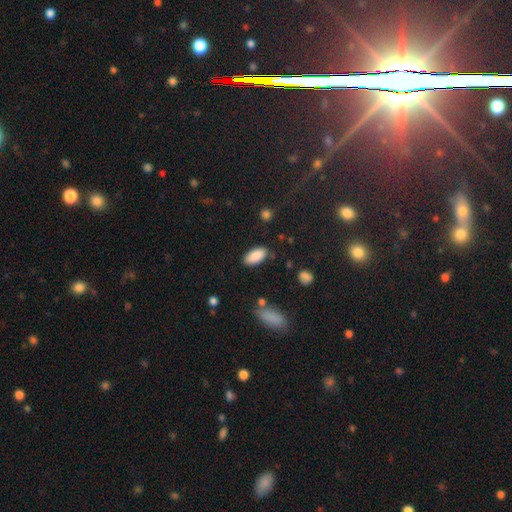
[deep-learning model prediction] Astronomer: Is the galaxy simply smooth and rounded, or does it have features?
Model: smooth — 89%.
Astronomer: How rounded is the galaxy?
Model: in between — 93%.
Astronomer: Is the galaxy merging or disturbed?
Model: none — 83%.